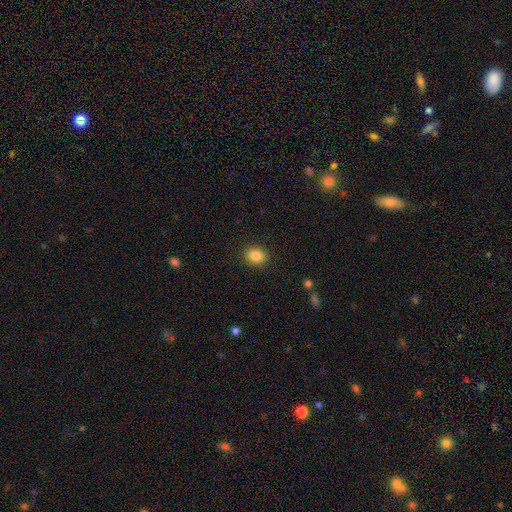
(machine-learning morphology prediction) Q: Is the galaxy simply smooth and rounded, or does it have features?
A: smooth — 85%.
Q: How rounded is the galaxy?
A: round — 55%.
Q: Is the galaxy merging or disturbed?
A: none — 89%.